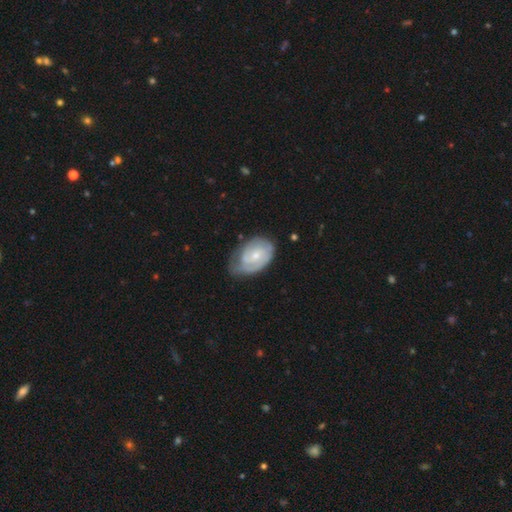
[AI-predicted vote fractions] A featured or disk galaxy (73%) with no bar (61%), 2 (41%) tight (59%) spiral arms (89%) and a small central bulge (65%).

Vote fractions:
- Smooth or featured? featured or disk: 73% / smooth: 22% / star or artifact: 5%
- Edge-on disk? no: 97% / yes: 3%
- Bar? no: 61% / weak: 33% / strong: 5%
- Spiral arms? yes: 89% / no: 11%
- Spiral winding? tight: 59% / medium: 30% / loose: 10%
- Spiral arm count? 2: 41% / can't tell: 27% / 1: 21% / 3: 7% / 4: 2% / more than 4: 2%
- Bulge size? small: 65% / moderate: 31% / none: 2% / large: 1% / dominant: 1%
- Merging? none: 51% / minor disturbance: 33% / major disturbance: 14% / merger: 2%